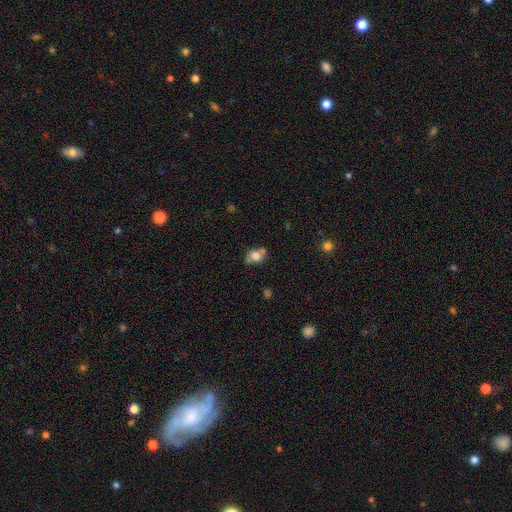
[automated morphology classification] Q: Smooth or featured?
A: smooth (70%); runner-up: featured or disk (19%)
Q: How rounded?
A: in between (53%); runner-up: round (45%)
Q: Merging?
A: none (54%); runner-up: minor disturbance (21%)